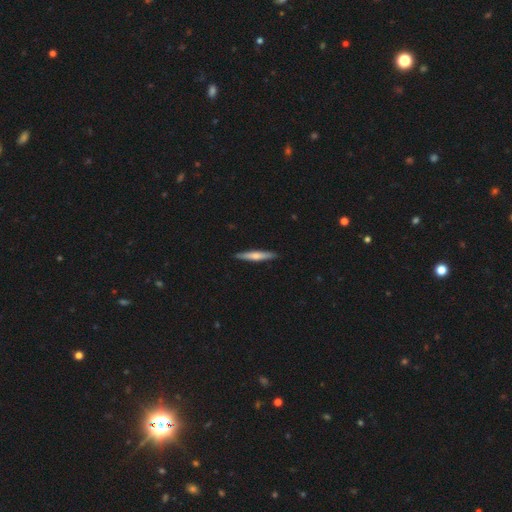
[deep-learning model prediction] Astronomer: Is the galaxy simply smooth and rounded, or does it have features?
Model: smooth — 51% (runner-up: featured or disk, 43%).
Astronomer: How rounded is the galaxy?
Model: cigar-shaped — 92%.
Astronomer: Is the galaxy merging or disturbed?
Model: none — 91%.